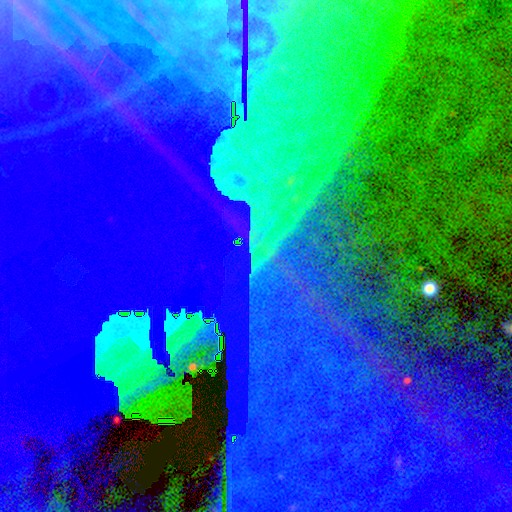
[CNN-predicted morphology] Smooth or featured? Predicted: star or artifact (p=0.88).